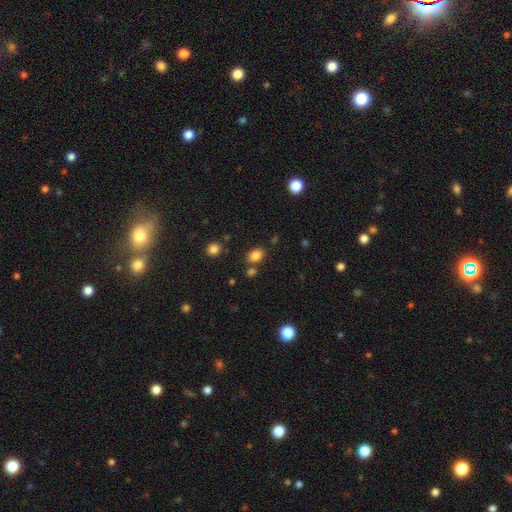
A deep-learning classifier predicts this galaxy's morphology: Overall: smooth (83%). How rounded: in between (74%). Merging: none (74%).